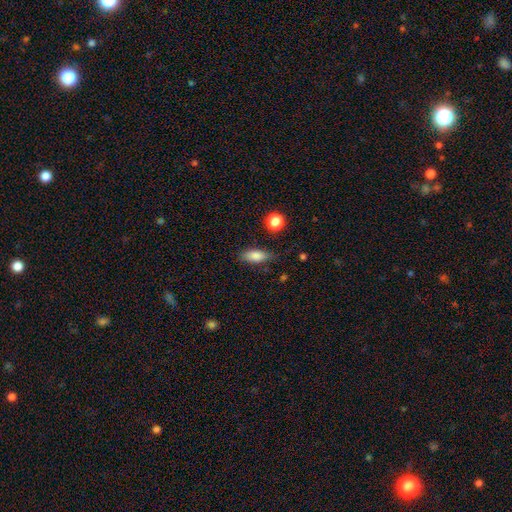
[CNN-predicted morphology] This appears to be a smooth galaxy with no disk features (81%) that is in between round and cigar-shaped (77%). Merging: none (77%).